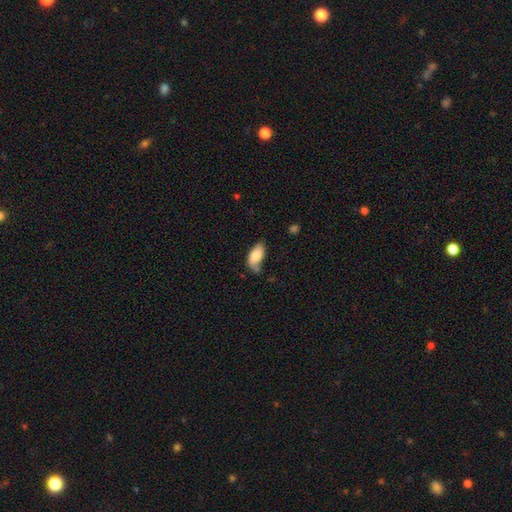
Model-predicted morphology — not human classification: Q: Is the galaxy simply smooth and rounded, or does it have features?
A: smooth — 79%.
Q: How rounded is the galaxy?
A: in between — 91%.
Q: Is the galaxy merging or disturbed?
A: none — 47%.